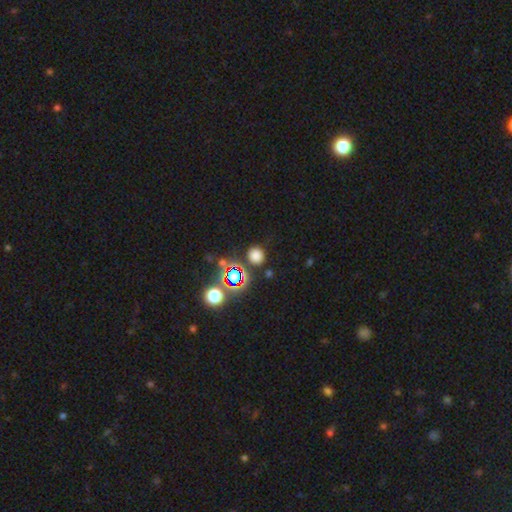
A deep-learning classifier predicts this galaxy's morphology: Smooth or featured? smooth (70%)
How rounded? round (82%)
Merging? none (83%)